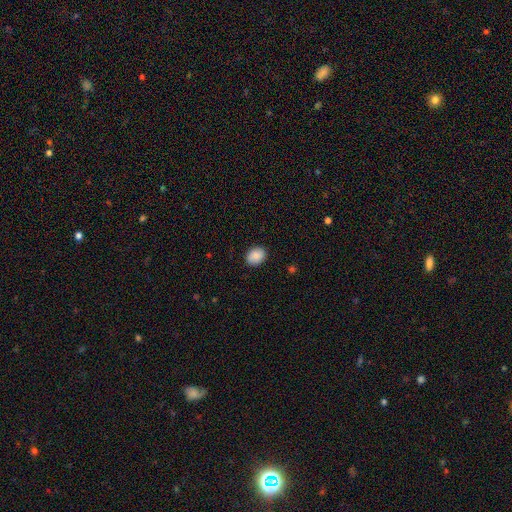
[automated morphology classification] This is clearly a smooth galaxy (88%). How rounded: possibly in between (58%). Merging: clearly none (88%).